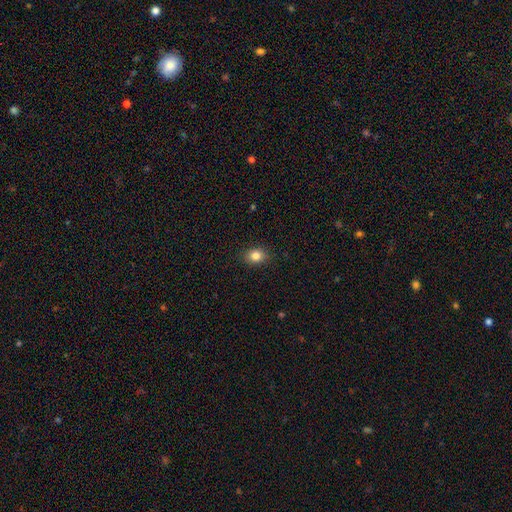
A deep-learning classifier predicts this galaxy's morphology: Smooth or featured: smooth — 83% (star or artifact — 11%)
How rounded: in between — 51% (round — 48%)
Merging: none — 89% (minor disturbance — 8%)